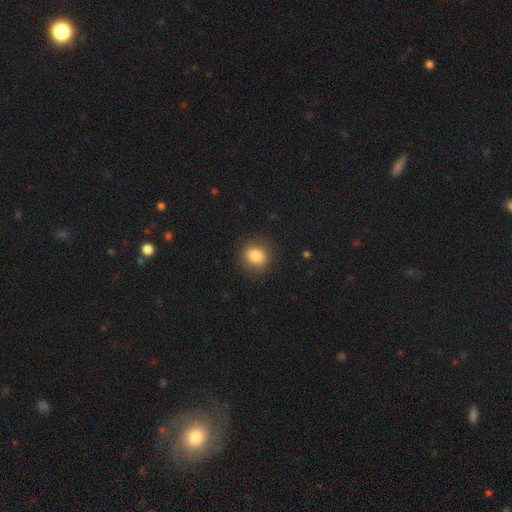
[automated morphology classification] Overall: smooth (83%). How rounded: round (72%). Merging: none (86%).